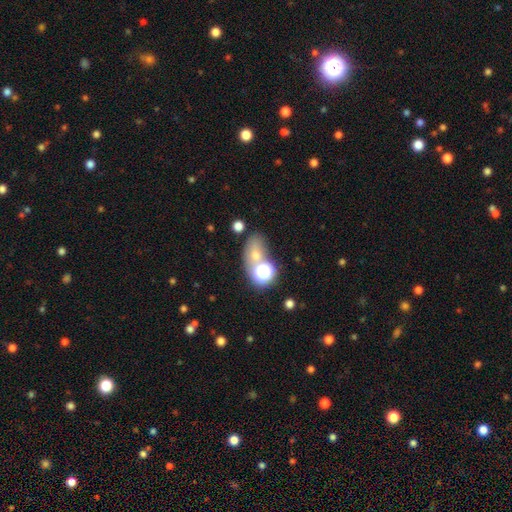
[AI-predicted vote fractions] Q: Smooth or featured?
A: smooth (49%); runner-up: star or artifact (36%)
Q: Merging?
A: none (55%); runner-up: merger (25%)